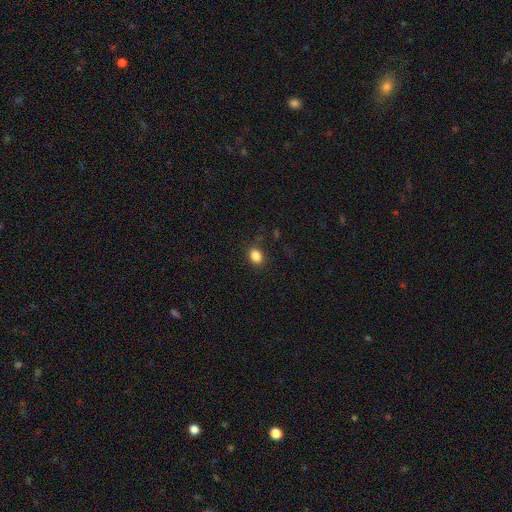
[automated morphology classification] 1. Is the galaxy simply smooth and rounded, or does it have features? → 86% smooth, 10% star or artifact, 4% featured or disk.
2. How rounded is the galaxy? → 63% in between, 36% round, 1% cigar-shaped.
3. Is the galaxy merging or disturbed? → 83% none, 12% minor disturbance, 4% major disturbance, 1% merger.